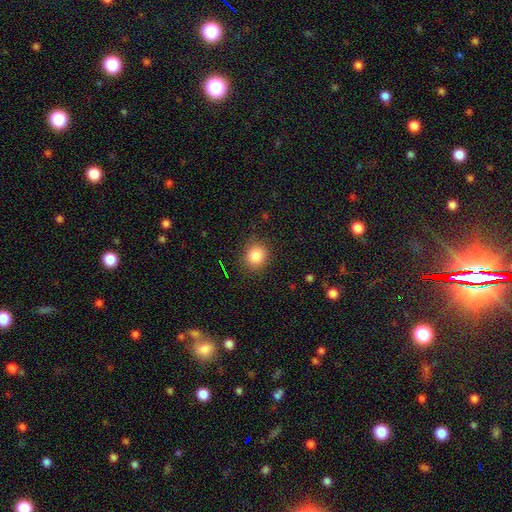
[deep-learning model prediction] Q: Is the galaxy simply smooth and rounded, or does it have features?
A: smooth — 84%.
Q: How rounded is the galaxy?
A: round — 83%.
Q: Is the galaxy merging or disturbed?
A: none — 86%.